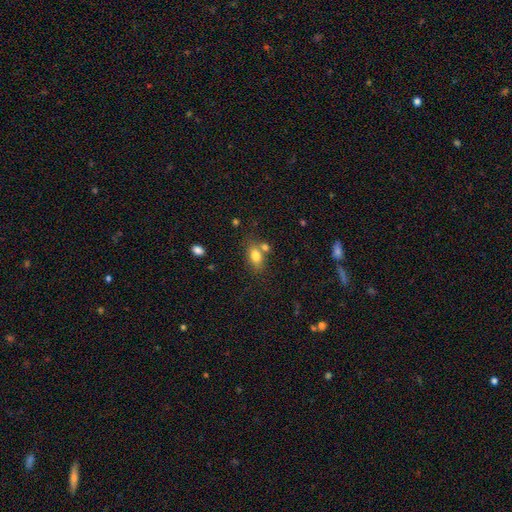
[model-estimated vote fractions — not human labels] A smooth galaxy with no disk features (79%) that is in between round and cigar-shaped (80%).

Vote fractions:
- Smooth or featured? smooth: 79% / featured or disk: 12% / star or artifact: 10%
- How rounded? in between: 80% / round: 16% / cigar-shaped: 3%
- Merging? none: 58% / merger: 24% / minor disturbance: 13% / major disturbance: 4%